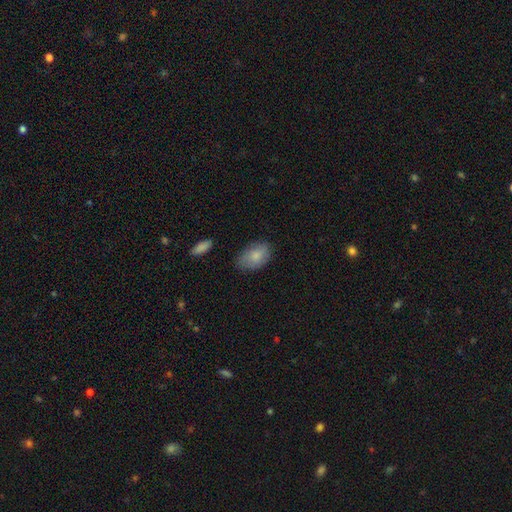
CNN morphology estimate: The model was most divided on "merging": none: 74%, minor disturbance: 20%, major disturbance: 4%, merger: 2%. More confident: how rounded — in between (89%); smooth or featured — smooth (83%).